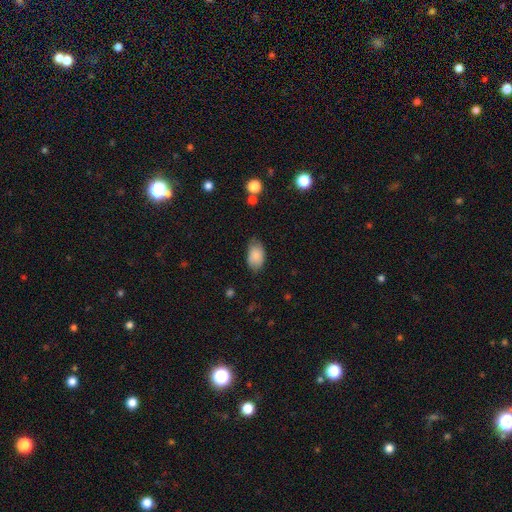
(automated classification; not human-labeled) Morphology: type=smooth (85%); roundness=in between (92%); merging=none (71%).